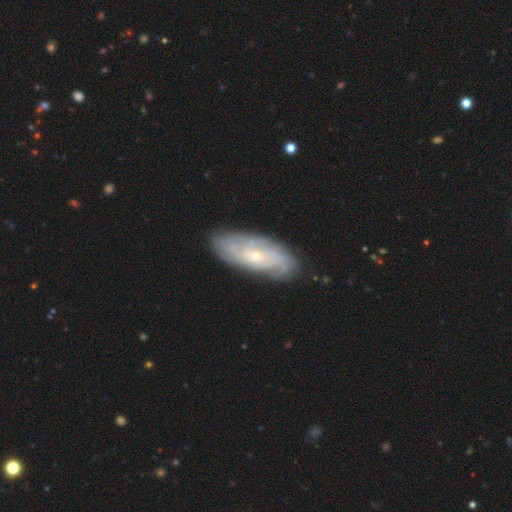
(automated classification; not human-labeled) smooth-or-featured: featured or disk: 73% | smooth: 21% | star or artifact: 6%
  disk-edge-on: no: 89% | yes: 11%
    bar: no: 72% | weak: 24% | strong: 5%
    has-spiral-arms: yes: 86% | no: 14%
      spiral-winding: tight: 59% | medium: 30% | loose: 11%
      spiral-arm-count: can't tell: 53% | 2: 21% | 3: 10% | 4: 7% | more than 4: 4% | 1: 4%
    bulge-size: small: 71% | moderate: 26% | none: 1% | large: 1% | dominant: 1%
  merging: none: 79% | minor disturbance: 16% | major disturbance: 4% | merger: 2%